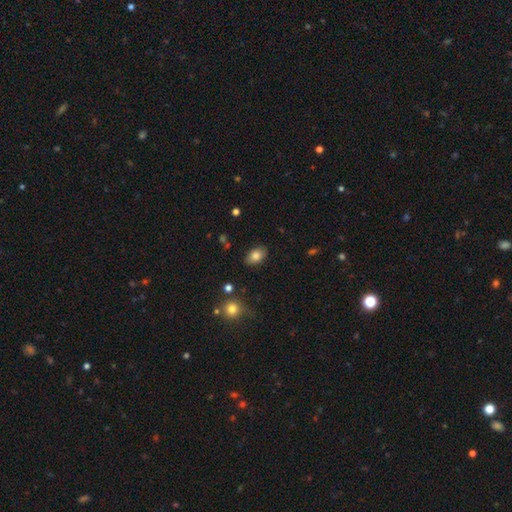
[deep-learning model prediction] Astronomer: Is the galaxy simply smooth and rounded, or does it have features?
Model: smooth — 82%.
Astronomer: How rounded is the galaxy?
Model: in between — 84%.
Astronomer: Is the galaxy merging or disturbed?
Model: none — 84%.